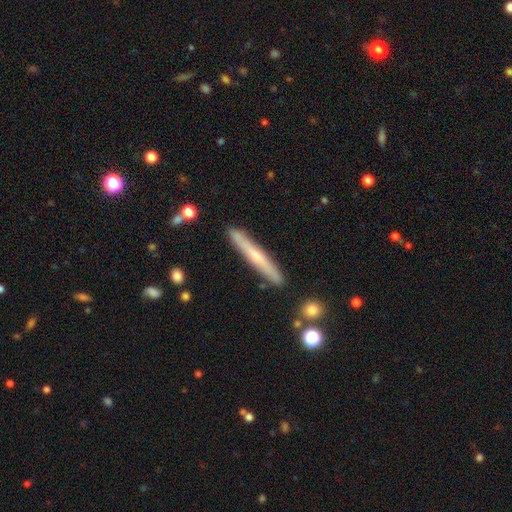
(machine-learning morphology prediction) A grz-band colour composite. It shows a featured or disk galaxy (48%). Merging: none (89%).